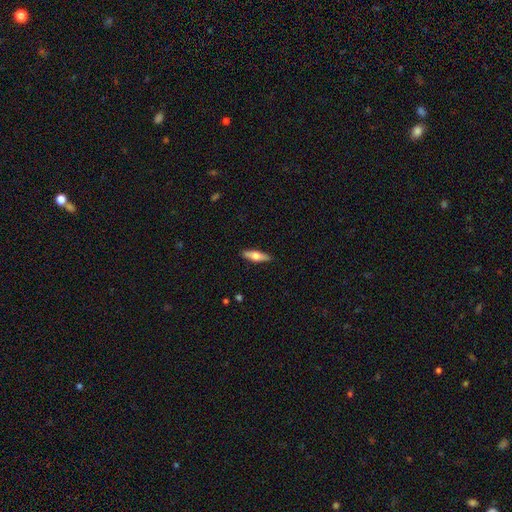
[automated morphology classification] Smooth or featured?
  - smooth: 57% *
  - featured or disk: 38%
  - star or artifact: 6%
How rounded?
  - cigar-shaped: 57% *
  - in between: 41%
  - round: 2%
Merging?
  - none: 90% *
  - minor disturbance: 8%
  - major disturbance: 2%
  - merger: 1%